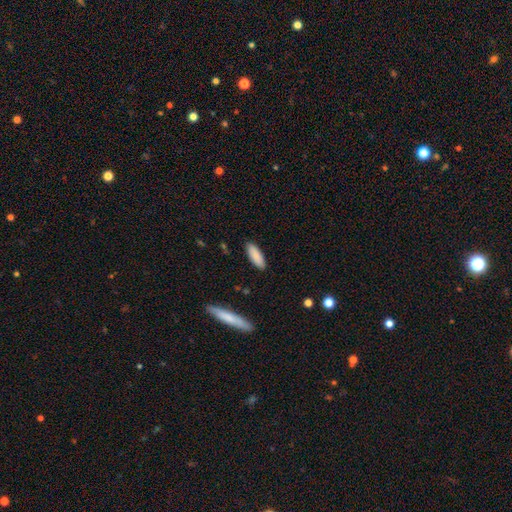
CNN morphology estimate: A smooth galaxy with no disk features (87%) that is in between round and cigar-shaped (60%). Merging: none (88%).